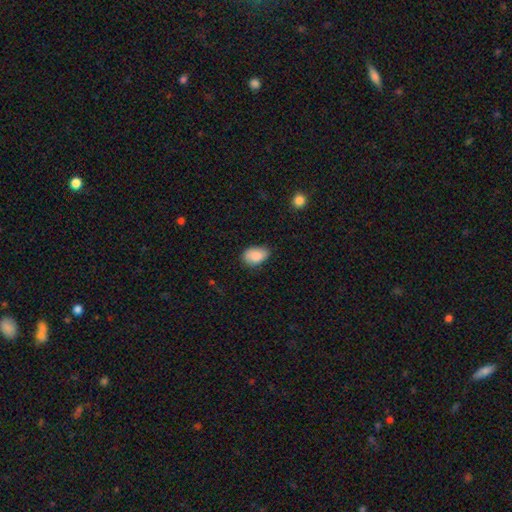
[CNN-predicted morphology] This appears to be a smooth galaxy with no disk features (87%) that is in between round and cigar-shaped (88%). Merging: none (76%).